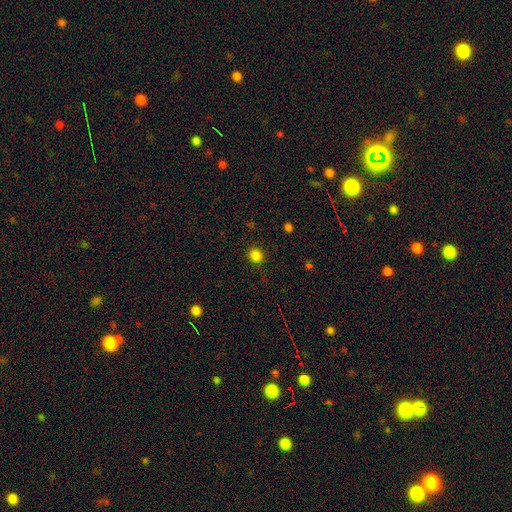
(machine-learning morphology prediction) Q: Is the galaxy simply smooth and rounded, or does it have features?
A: smooth — 83%.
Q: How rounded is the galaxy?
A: round — 86%.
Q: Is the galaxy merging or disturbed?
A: none — 87%.